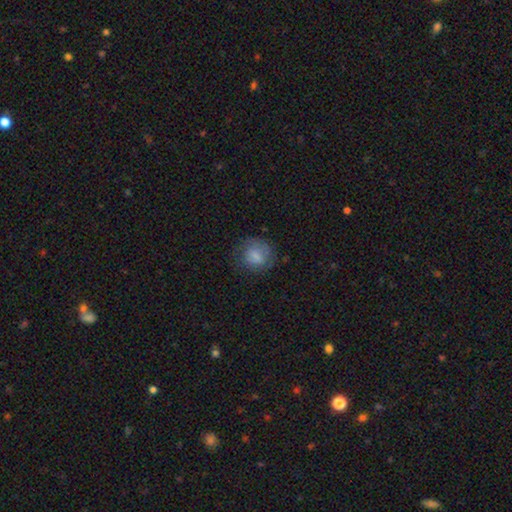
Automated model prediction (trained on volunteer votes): Overall: smooth (73%). How rounded: round (77%). Merging: none (65%).